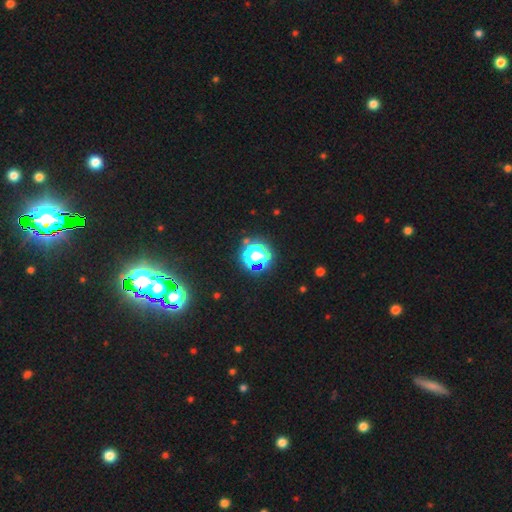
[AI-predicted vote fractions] smooth_or_featured: star or artifact (p=0.67) [alt: smooth p=0.24]